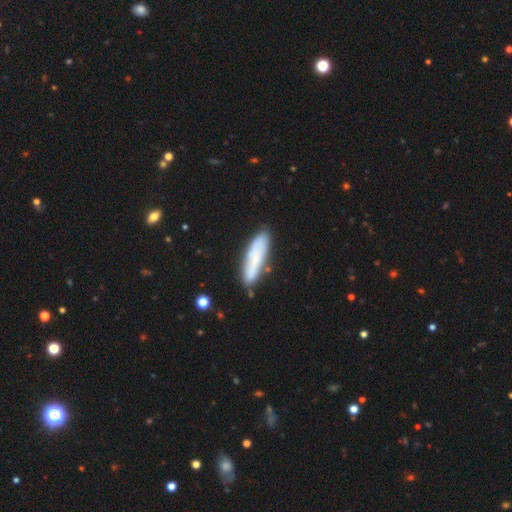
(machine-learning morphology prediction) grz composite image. It shows a smooth galaxy with no disk features (66%) that is cigar-shaped (71%). Merging: none (76%).